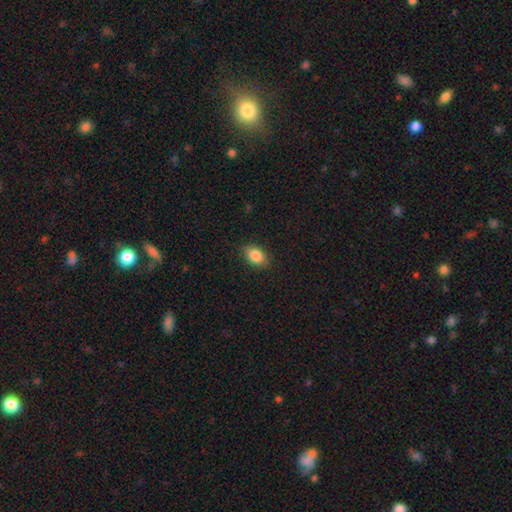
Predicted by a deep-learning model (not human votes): A smooth galaxy with no disk features (85%) that is in between round and cigar-shaped (85%). Merging: none (86%).